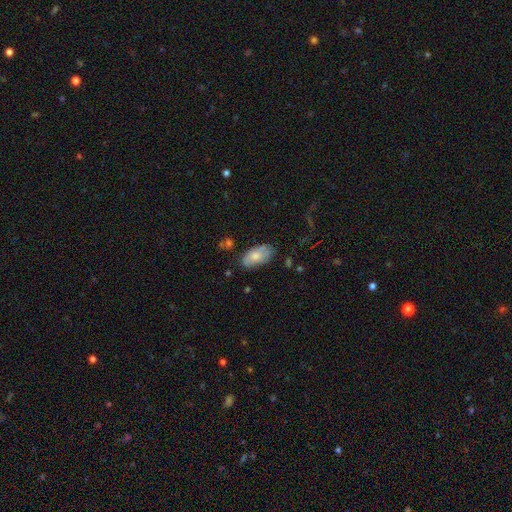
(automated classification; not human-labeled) Smooth or featured?
  - smooth: 72% *
  - featured or disk: 22%
  - star or artifact: 6%
How rounded?
  - in between: 93% *
  - cigar-shaped: 4%
  - round: 3%
Merging?
  - none: 73% *
  - minor disturbance: 21%
  - major disturbance: 4%
  - merger: 2%